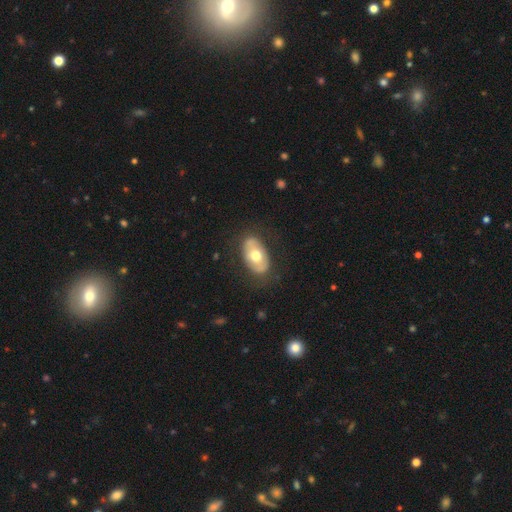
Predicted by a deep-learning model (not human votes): smooth-or-featured: smooth: 53% | featured or disk: 42% | star or artifact: 6%
  how-rounded: in between: 90% | round: 9% | cigar-shaped: 2%
  merging: none: 79% | minor disturbance: 14% | major disturbance: 6% | merger: 1%